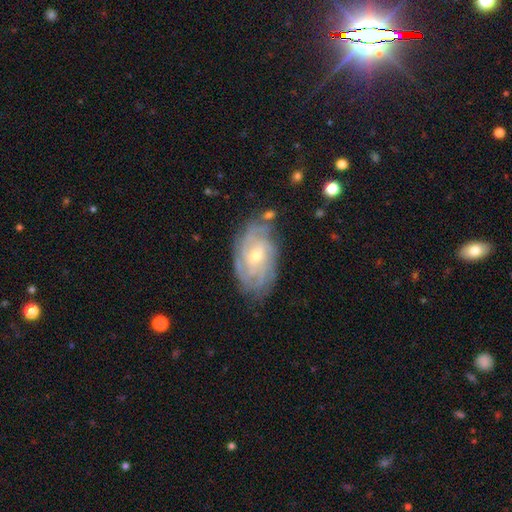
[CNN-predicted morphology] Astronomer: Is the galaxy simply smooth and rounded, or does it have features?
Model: featured or disk — 83%.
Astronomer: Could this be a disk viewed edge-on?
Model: no — 96%.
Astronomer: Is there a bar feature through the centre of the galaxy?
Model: no — 52% (runner-up: weak, 40%).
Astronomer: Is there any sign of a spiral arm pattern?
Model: yes — 96%.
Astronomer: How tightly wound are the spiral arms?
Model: tight — 72%.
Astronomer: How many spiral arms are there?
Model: can't tell — 36% (runner-up: 4, 22%).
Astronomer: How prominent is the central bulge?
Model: small — 54% (runner-up: moderate, 43%).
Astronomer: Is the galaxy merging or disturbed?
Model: none — 73%.